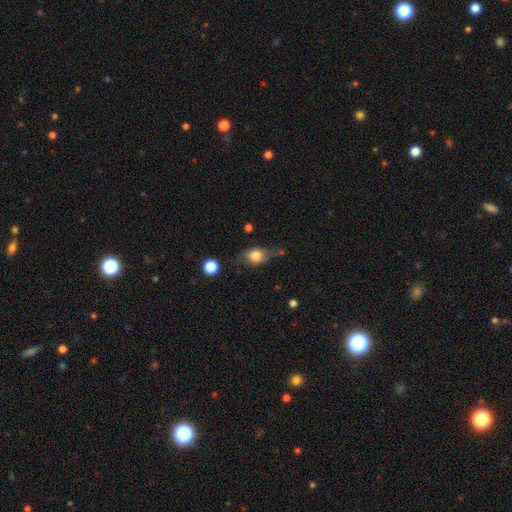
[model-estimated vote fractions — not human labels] Overall: smooth (69%). How rounded: in between (65%; round 30%). Merging: none (57%; minor disturbance 28%).